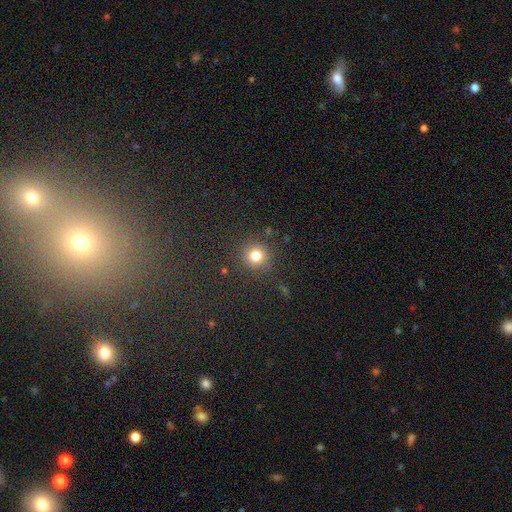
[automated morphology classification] Overall: smooth (80%). How rounded: round (92%). Merging: none (86%).